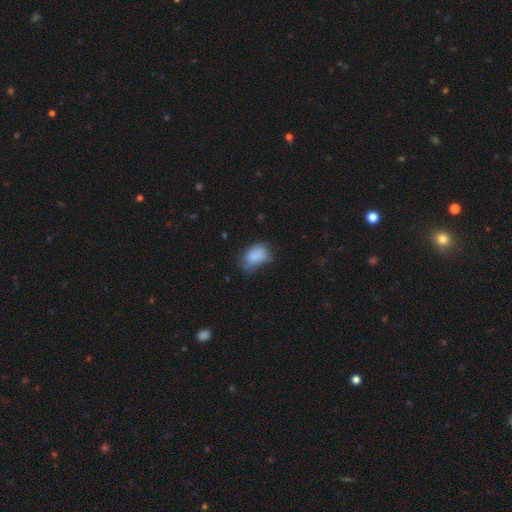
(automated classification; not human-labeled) This is clearly a smooth galaxy (84%). How rounded: clearly in between (81%). Merging: possibly none (46%).